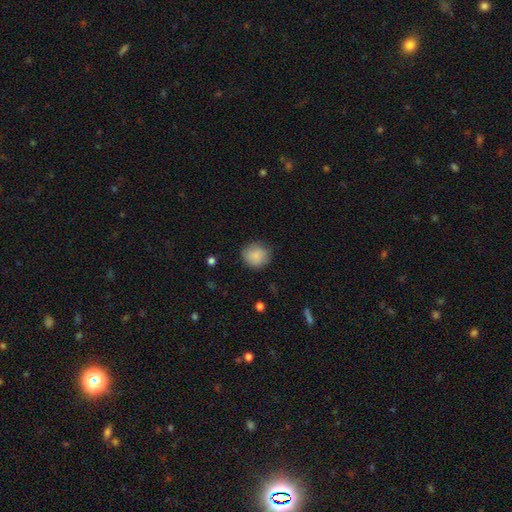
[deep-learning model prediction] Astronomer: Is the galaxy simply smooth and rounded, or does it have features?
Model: smooth — 87%.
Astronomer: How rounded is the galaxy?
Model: round — 89%.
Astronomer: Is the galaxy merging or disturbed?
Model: none — 82%.